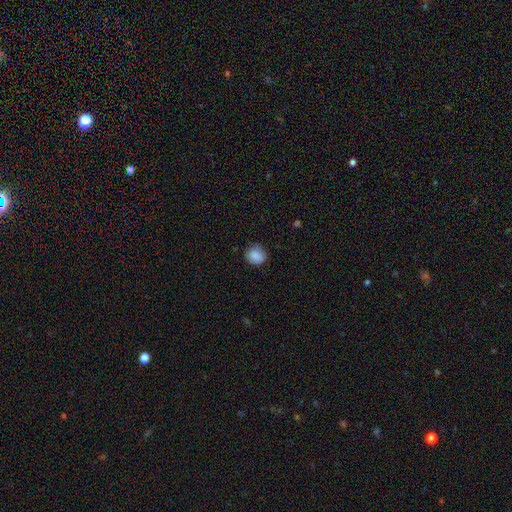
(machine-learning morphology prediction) Q: Smooth or featured?
A: smooth (87%); runner-up: star or artifact (8%)
Q: How rounded?
A: round (71%); runner-up: in between (28%)
Q: Merging?
A: none (76%); runner-up: minor disturbance (20%)